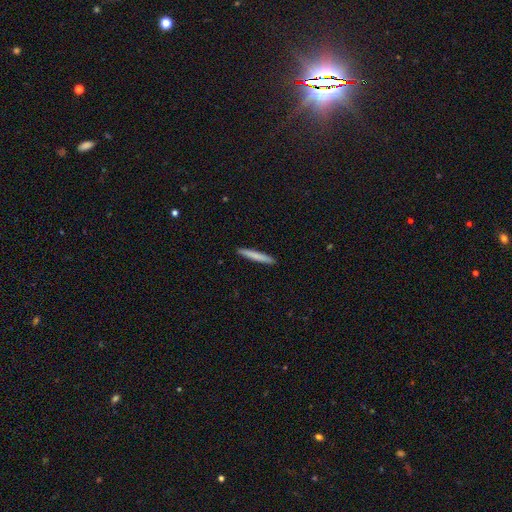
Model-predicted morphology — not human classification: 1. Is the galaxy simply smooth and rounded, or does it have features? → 78% smooth, 17% featured or disk, 6% star or artifact.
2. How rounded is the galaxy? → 96% cigar-shaped, 3% in between, 1% round.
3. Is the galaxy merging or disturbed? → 92% none, 5% minor disturbance, 1% major disturbance, 1% merger.